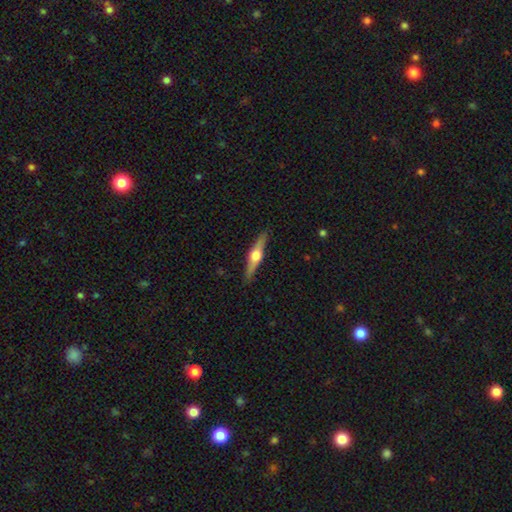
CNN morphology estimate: A featured or disk galaxy (67%) viewed edge-on (97%) with a rounded central bulge (95%). Merging: none (90%).